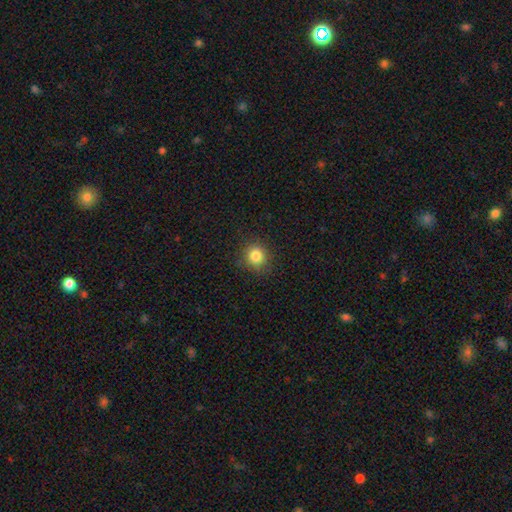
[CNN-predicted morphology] type=smooth (83%); roundness=round (89%); merging=none (87%).